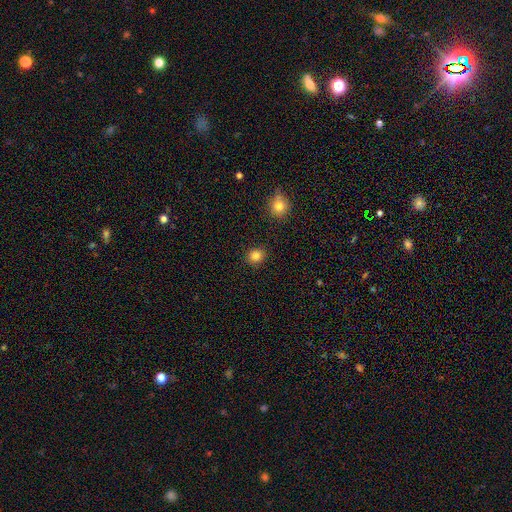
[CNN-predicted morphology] smooth_or_featured: smooth (p=0.84) [alt: star or artifact p=0.12]
how_rounded: round (p=0.80) [alt: in between p=0.19]
merging: none (p=0.90) [alt: minor disturbance p=0.07]